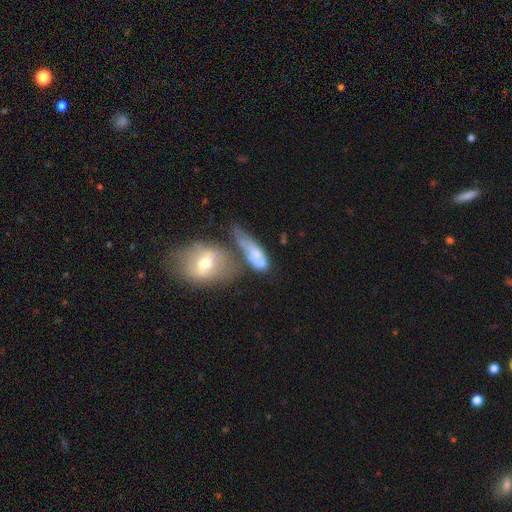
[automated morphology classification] Q: Smooth or featured?
A: smooth (50%); runner-up: featured or disk (41%)
Q: How rounded?
A: in between (62%); runner-up: cigar-shaped (27%)
Q: Merging?
A: merger (40%); runner-up: major disturbance (23%)